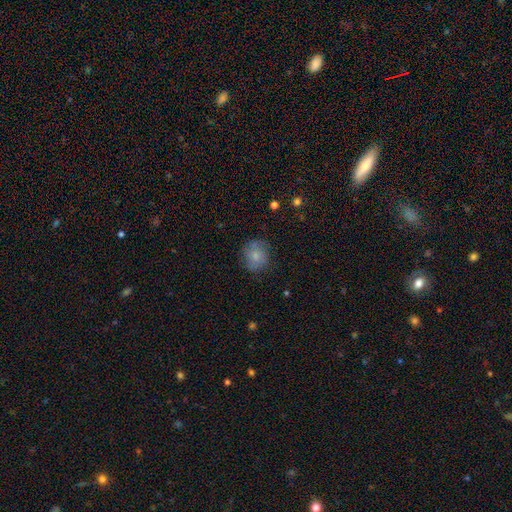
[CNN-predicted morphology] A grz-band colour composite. It shows a smooth galaxy with no disk features (70%) that is round (82%). Merging: none (73%).